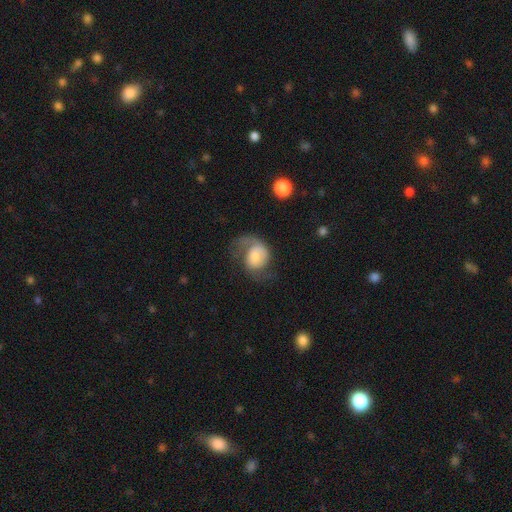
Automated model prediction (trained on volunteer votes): smooth-or-featured: featured or disk: 52% | smooth: 40% | star or artifact: 8%
  disk-edge-on: no: 97% | yes: 3%
    bar: no: 70% | weak: 25% | strong: 5%
    has-spiral-arms: yes: 83% | no: 17%
    bulge-size: moderate: 34% | small: 32% | large: 19% | none: 9% | dominant: 6%
  merging: major disturbance: 39% | none: 37% | minor disturbance: 21% | merger: 3%